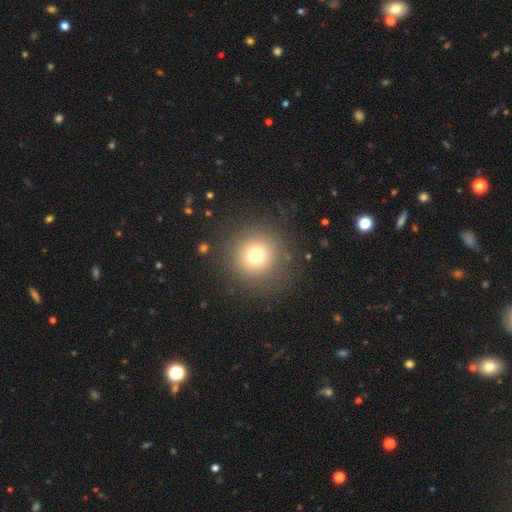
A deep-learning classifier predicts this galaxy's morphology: type=smooth (74%); roundness=round (94%); merging=none (86%).